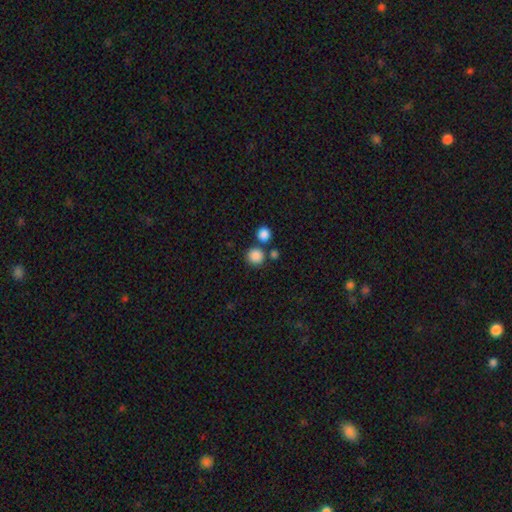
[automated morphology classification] smooth_or_featured: smooth (p=0.86) [alt: star or artifact p=0.10]
how_rounded: round (p=0.92) [alt: in between p=0.08]
merging: none (p=0.72) [alt: merger p=0.17]